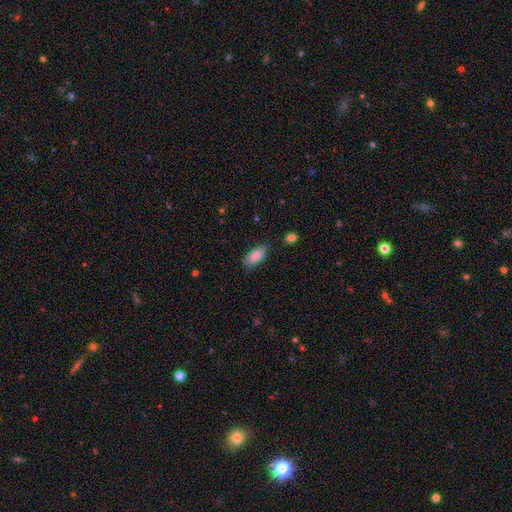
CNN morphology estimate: smooth 85%, featured or disk 8%, star or artifact 7%. Down the decision tree: how rounded — in between (88%); merging — none (75%).